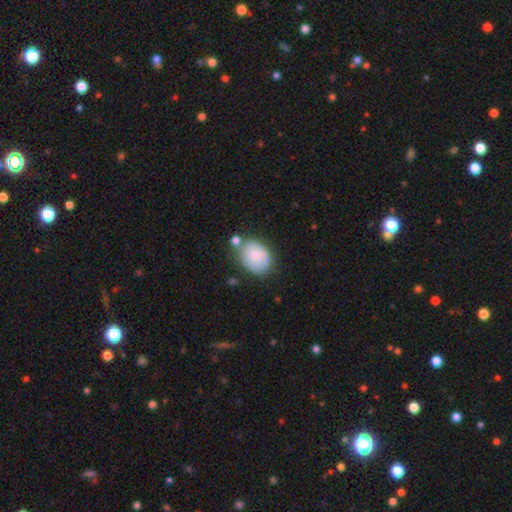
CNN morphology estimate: smooth_or_featured: smooth (p=0.76) [alt: featured or disk p=0.17]
how_rounded: in between (p=0.70) [alt: round p=0.29]
merging: none (p=0.59) [alt: minor disturbance p=0.22]